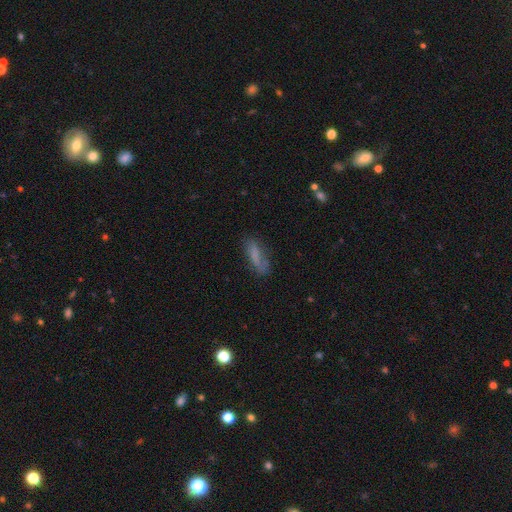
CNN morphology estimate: Q: Smooth or featured?
A: smooth (70%); runner-up: featured or disk (20%)
Q: How rounded?
A: in between (51%); runner-up: cigar-shaped (47%)
Q: Merging?
A: none (60%); runner-up: minor disturbance (25%)